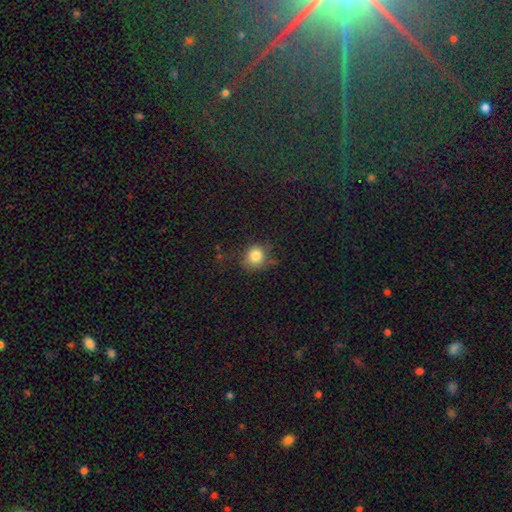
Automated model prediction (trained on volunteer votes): The model was most divided on "merging": none: 73%, minor disturbance: 19%, major disturbance: 6%, merger: 2%. More confident: how rounded — round (86%); smooth or featured — smooth (82%).